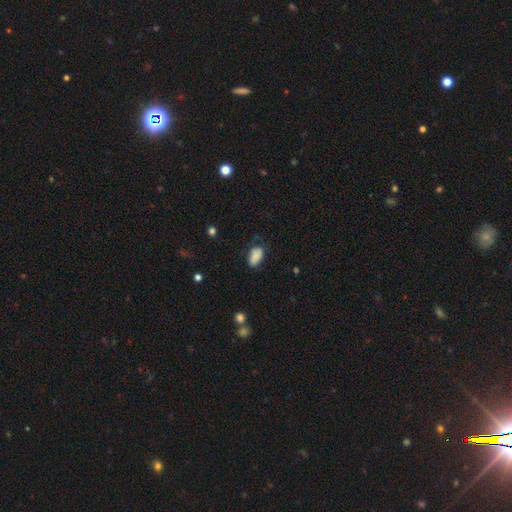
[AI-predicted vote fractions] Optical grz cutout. It shows a smooth galaxy with no disk features (82%) that is in between round and cigar-shaped (92%). Merging: none (58%).